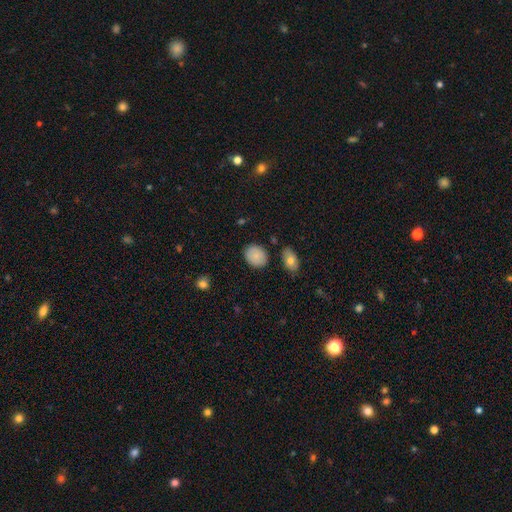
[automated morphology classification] smooth_or_featured: smooth (p=0.85) [alt: star or artifact p=0.08]
how_rounded: in between (p=0.51) [alt: round p=0.47]
merging: none (p=0.81) [alt: minor disturbance p=0.12]